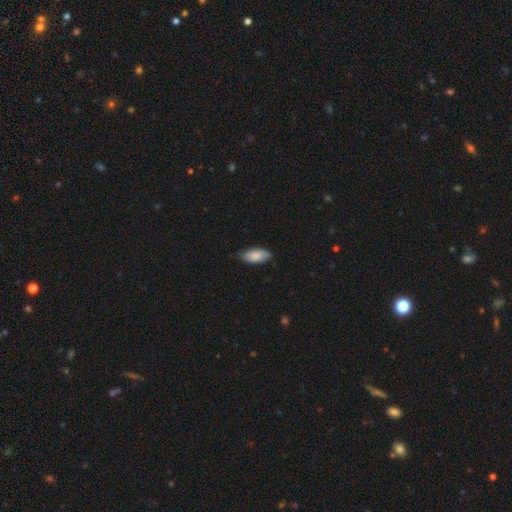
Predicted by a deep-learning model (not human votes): smooth 84%, featured or disk 10%, star or artifact 6%. Down the decision tree: how rounded — in between (88%); merging — none (77%).